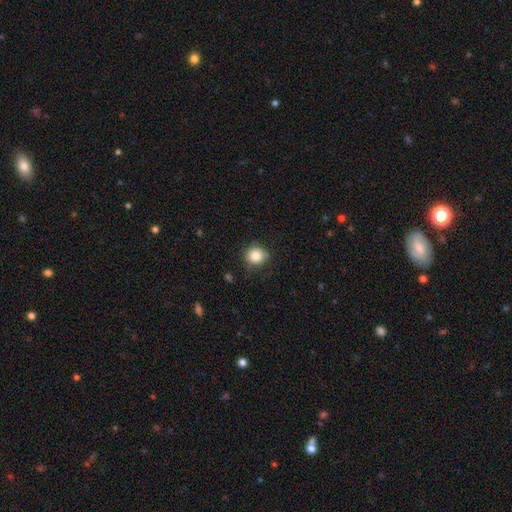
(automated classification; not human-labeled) Q: Smooth or featured?
A: smooth (84%); runner-up: star or artifact (10%)
Q: How rounded?
A: round (88%); runner-up: in between (11%)
Q: Merging?
A: none (82%); runner-up: minor disturbance (14%)